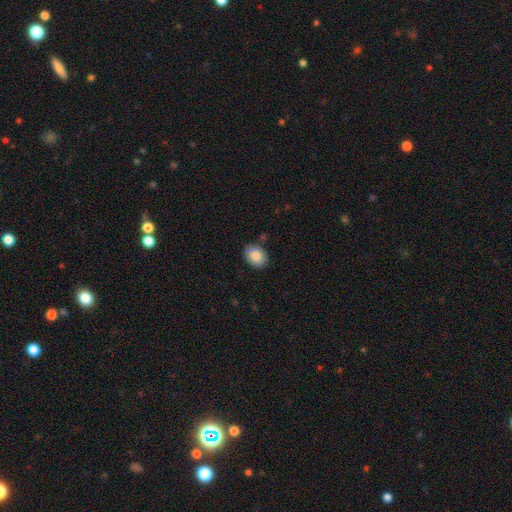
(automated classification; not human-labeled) A smooth galaxy with no disk features (86%) that is in between round and cigar-shaped (62%). Merging: none (82%).